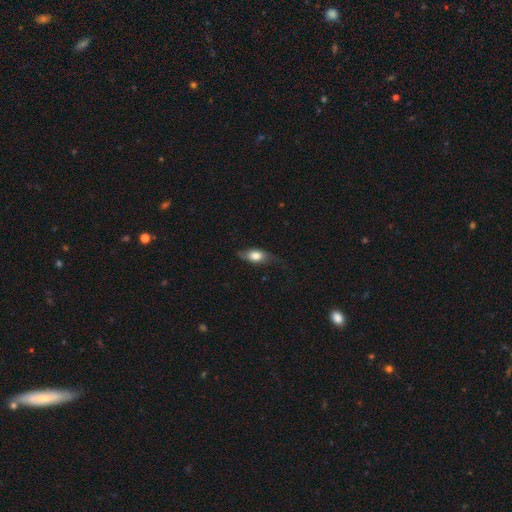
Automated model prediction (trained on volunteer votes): Smooth or featured: smooth — 64% (featured or disk — 28%)
How rounded: in between — 78% (cigar-shaped — 13%)
Merging: none — 60% (minor disturbance — 28%)